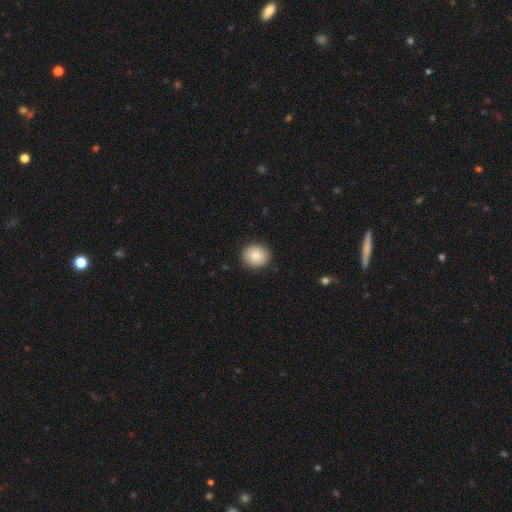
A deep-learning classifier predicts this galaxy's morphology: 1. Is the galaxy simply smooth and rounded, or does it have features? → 84% smooth, 9% featured or disk, 8% star or artifact.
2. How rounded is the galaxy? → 78% round, 22% in between, 1% cigar-shaped.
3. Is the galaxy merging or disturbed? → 90% none, 7% minor disturbance, 2% major disturbance, 1% merger.